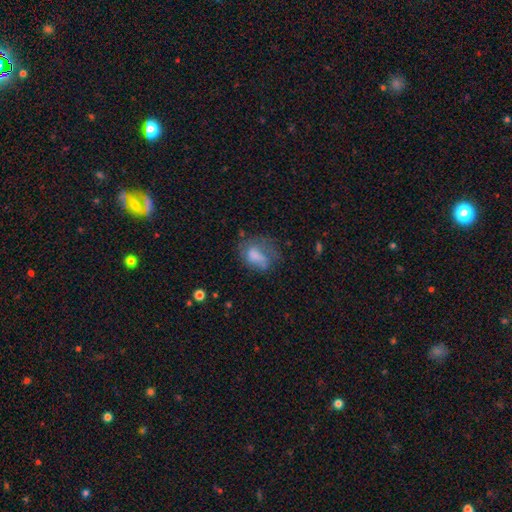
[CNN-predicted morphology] smooth-or-featured: smooth: 62% | featured or disk: 27% | star or artifact: 11%
  how-rounded: in between: 69% | round: 29% | cigar-shaped: 2%
  merging: none: 34% | major disturbance: 33% | minor disturbance: 27% | merger: 6%